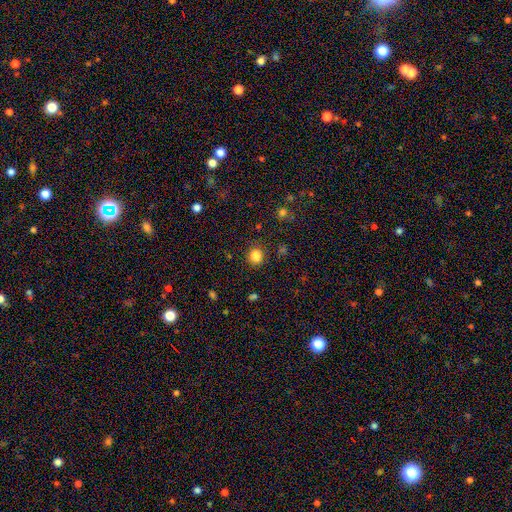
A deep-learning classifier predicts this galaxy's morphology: smooth 83%, star or artifact 13%, featured or disk 4%. Down the decision tree: how rounded — round (81%); merging — none (84%).